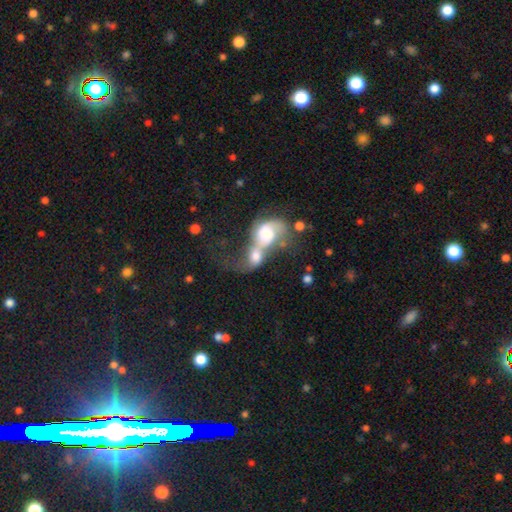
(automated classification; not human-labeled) This is possibly a smooth galaxy (45%, tied with featured or disk). Merging: clearly merger (81%).